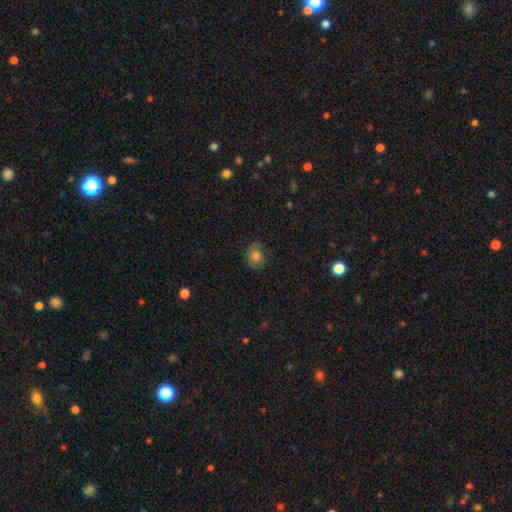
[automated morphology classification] Q: Smooth or featured?
A: smooth (66%); runner-up: featured or disk (22%)
Q: How rounded?
A: round (58%); runner-up: in between (41%)
Q: Merging?
A: none (74%); runner-up: minor disturbance (18%)